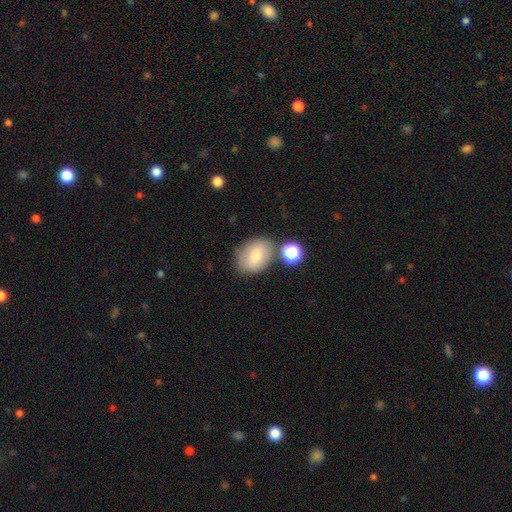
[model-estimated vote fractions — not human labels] Q: Smooth or featured?
A: smooth (75%); runner-up: featured or disk (16%)
Q: How rounded?
A: in between (67%); runner-up: round (32%)
Q: Merging?
A: none (63%); runner-up: minor disturbance (17%)